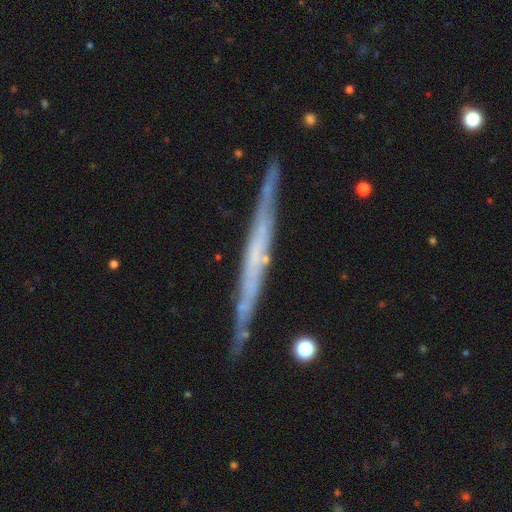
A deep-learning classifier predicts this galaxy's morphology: featured or disk 70%, smooth 24%, star or artifact 6%. Down the decision tree: edge-on disk — yes (95%); edge-on bulge — none (82%); merging — none (84%).